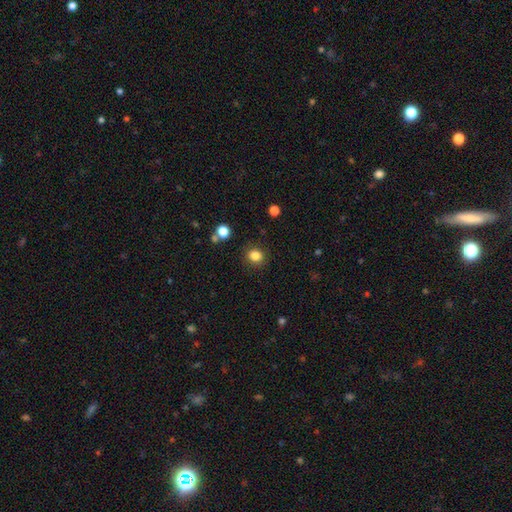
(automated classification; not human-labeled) Smooth or featured? Predicted: smooth (p=0.84). How rounded? Predicted: round (p=0.81). Merging? Predicted: none (p=0.88).